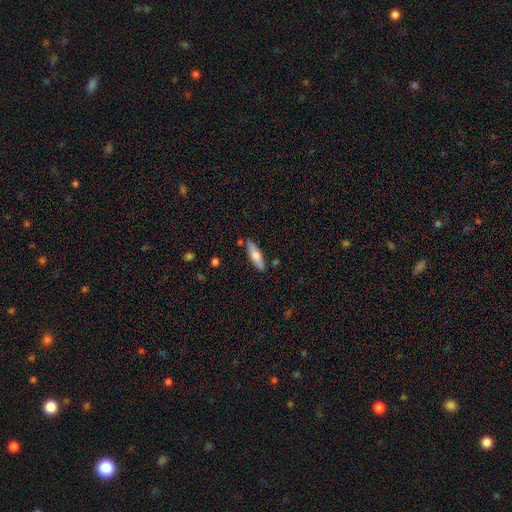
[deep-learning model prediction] smooth_or_featured: smooth (p=0.64) [alt: featured or disk p=0.30]
how_rounded: cigar-shaped (p=0.61) [alt: in between p=0.37]
merging: none (p=0.81) [alt: minor disturbance p=0.13]